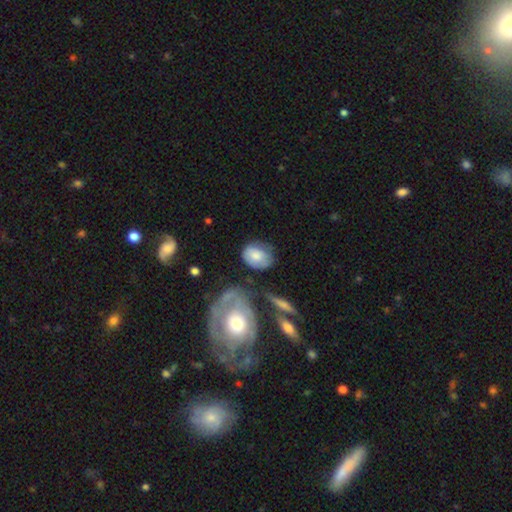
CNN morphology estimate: Overall: smooth (74%). How rounded: in between (68%; round 31%). Merging: none (55%; minor disturbance 27%).